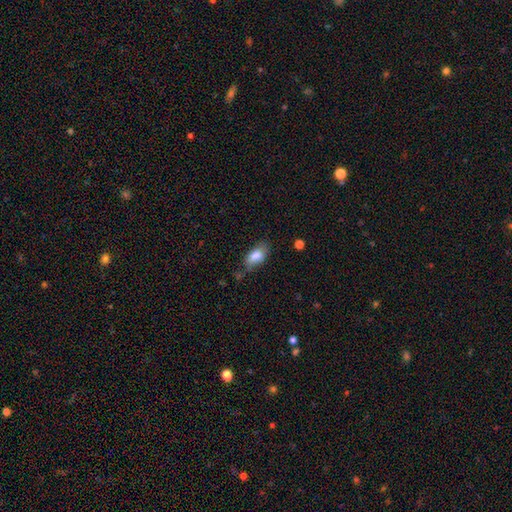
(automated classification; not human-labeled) The model was most divided on "merging": none: 61%, minor disturbance: 27%, major disturbance: 8%, merger: 4%. More confident: how rounded — in between (89%); smooth or featured — smooth (81%).